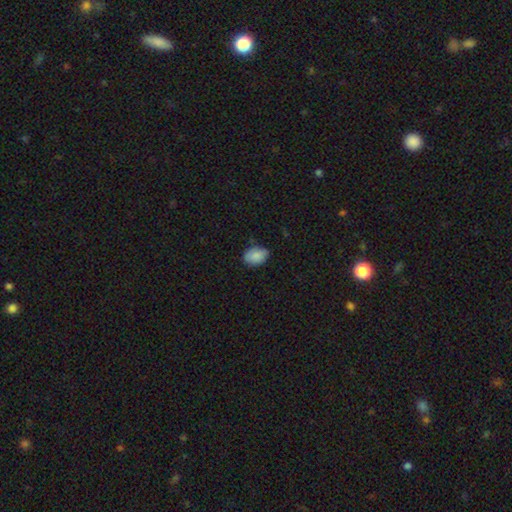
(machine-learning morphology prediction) This is clearly a smooth galaxy (86%). How rounded: clearly in between (80%). Merging: likely none (73%).